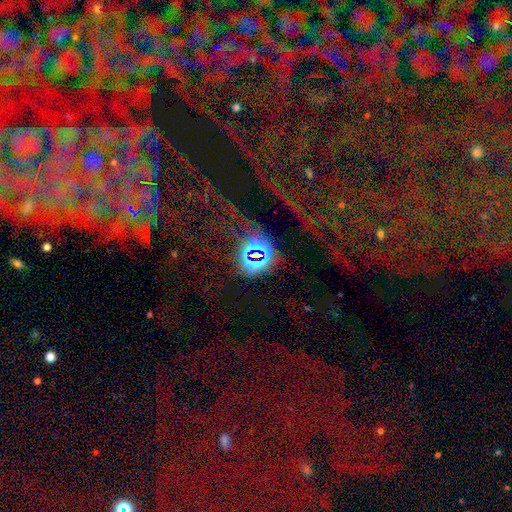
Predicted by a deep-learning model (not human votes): The model was most divided on "smooth or featured": star or artifact: 78%, smooth: 12%, featured or disk: 10%.